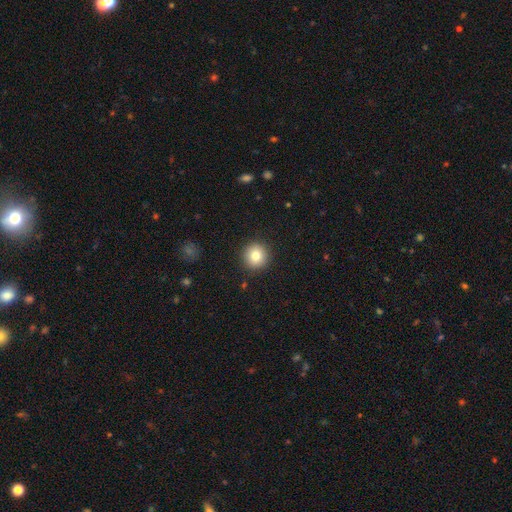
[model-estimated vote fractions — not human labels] Morphology: type=smooth (81%); roundness=round (95%); merging=none (92%).